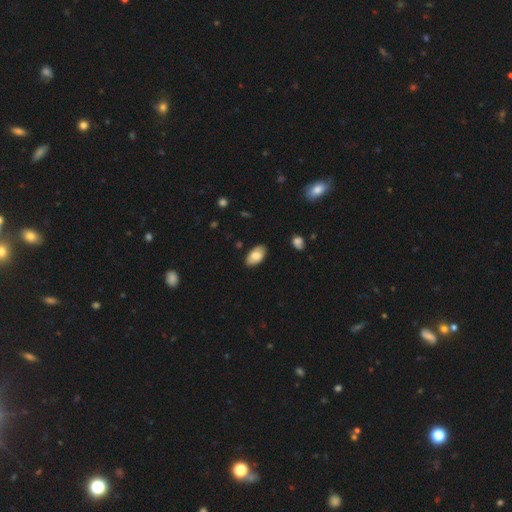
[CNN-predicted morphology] smooth_or_featured: smooth (p=0.79) [alt: featured or disk p=0.14]
how_rounded: in between (p=0.95) [alt: round p=0.04]
merging: none (p=0.85) [alt: minor disturbance p=0.11]